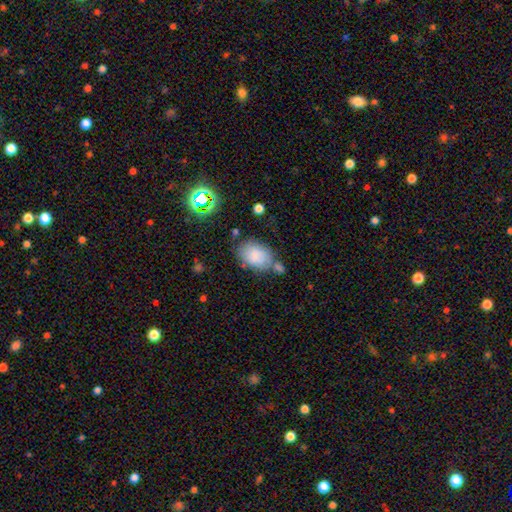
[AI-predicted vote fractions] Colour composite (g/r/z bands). It shows a smooth galaxy with no disk features (82%) that is in between round and cigar-shaped (82%). Merging: none (56%).